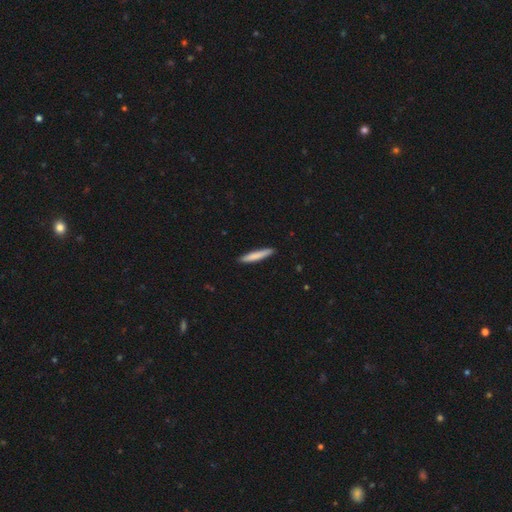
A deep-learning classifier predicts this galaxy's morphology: This is clearly a smooth galaxy (80%). How rounded: clearly cigar-shaped (94%). Merging: clearly none (90%).